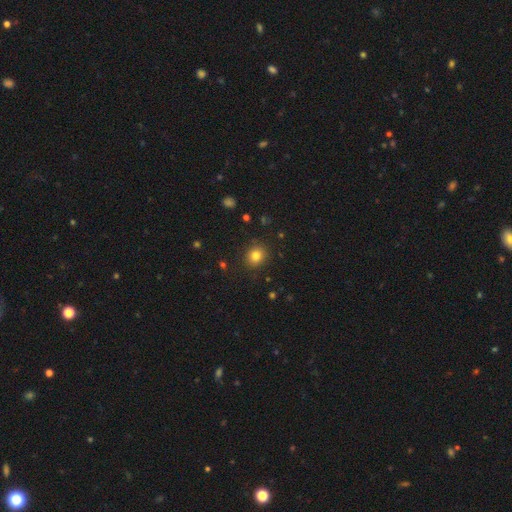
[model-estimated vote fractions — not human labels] Q: Smooth or featured?
A: smooth (81%); runner-up: star or artifact (12%)
Q: How rounded?
A: round (74%); runner-up: in between (25%)
Q: Merging?
A: none (89%); runner-up: minor disturbance (7%)